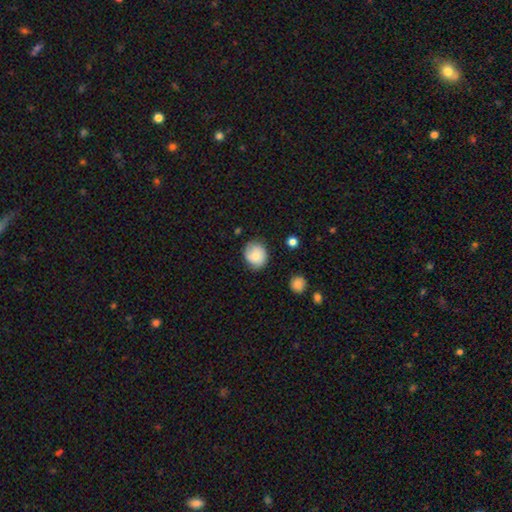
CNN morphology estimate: smooth_or_featured: smooth (p=0.70) [alt: featured or disk p=0.22]
how_rounded: round (p=0.78) [alt: in between p=0.21]
merging: none (p=0.75) [alt: minor disturbance p=0.20]